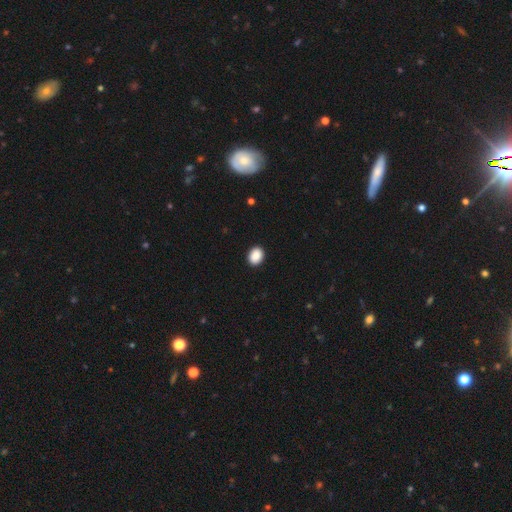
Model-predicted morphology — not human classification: smooth-or-featured: smooth: 89% | star or artifact: 8% | featured or disk: 3%
  how-rounded: in between: 62% | round: 37% | cigar-shaped: 1%
  merging: none: 91% | minor disturbance: 7% | major disturbance: 2% | merger: 1%